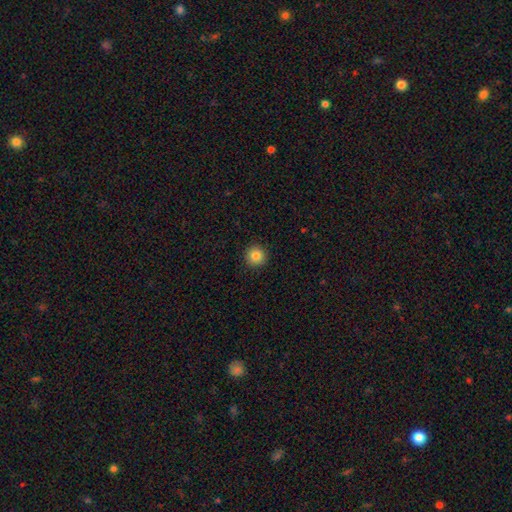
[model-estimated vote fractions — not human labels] Smooth or featured?
  - smooth: 84% *
  - star or artifact: 10%
  - featured or disk: 6%
How rounded?
  - round: 95% *
  - in between: 4%
  - cigar-shaped: 1%
Merging?
  - none: 93% *
  - minor disturbance: 4%
  - major disturbance: 2%
  - merger: 1%